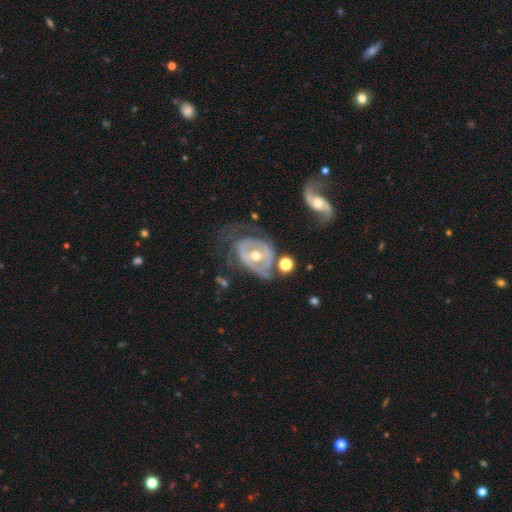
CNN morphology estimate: smooth_or_featured: featured or disk (p=0.77) [alt: smooth p=0.16]
disk_edge_on: no (p=0.96) [alt: yes p=0.04]
bar: no (p=0.49) [alt: weak p=0.31]
has_spiral_arms: yes (p=0.64) [alt: no p=0.36]
bulge_size: moderate (p=0.68) [alt: small p=0.27]
merging: none (p=0.35) [alt: major disturbance p=0.32]